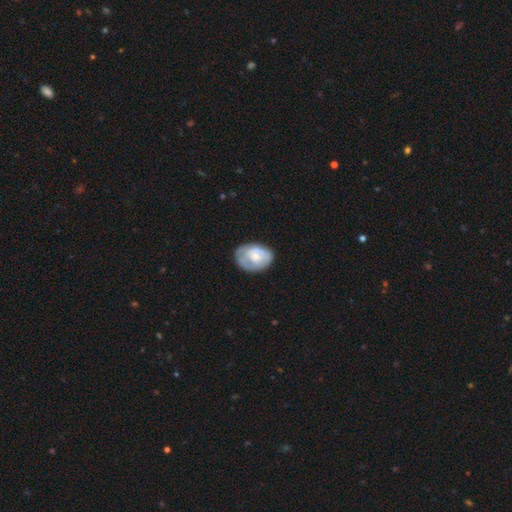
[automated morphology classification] smooth_or_featured: smooth (p=0.49) [alt: featured or disk p=0.45]
merging: none (p=0.61) [alt: minor disturbance p=0.28]